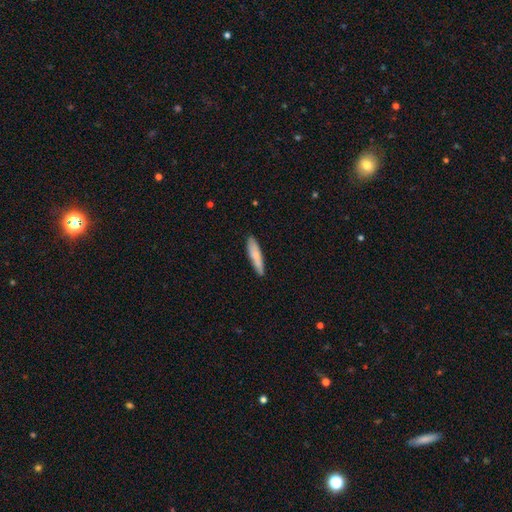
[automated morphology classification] Smooth or featured? Predicted: smooth (p=0.77). How rounded? Predicted: cigar-shaped (p=0.84). Merging? Predicted: none (p=0.83).